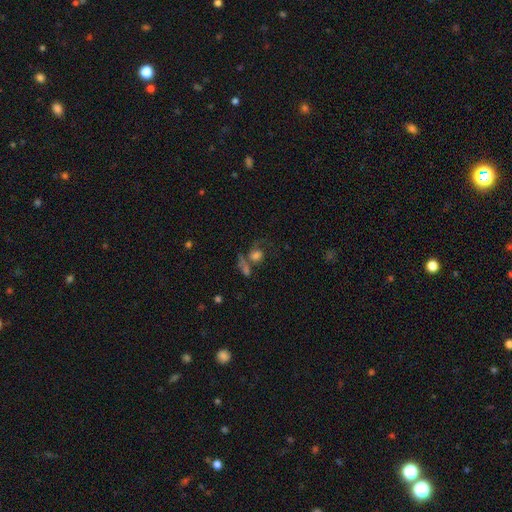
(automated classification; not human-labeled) The model was most divided on "merging": merger: 33%, none: 31%, major disturbance: 23%, minor disturbance: 13%. Remaining: smooth or featured — smooth (50%).